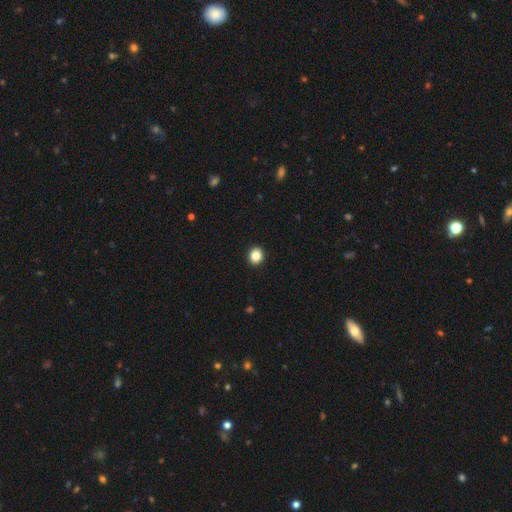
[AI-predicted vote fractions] Smooth or featured: smooth — 86% (star or artifact — 10%)
How rounded: round — 65% (in between — 34%)
Merging: none — 93% (minor disturbance — 5%)